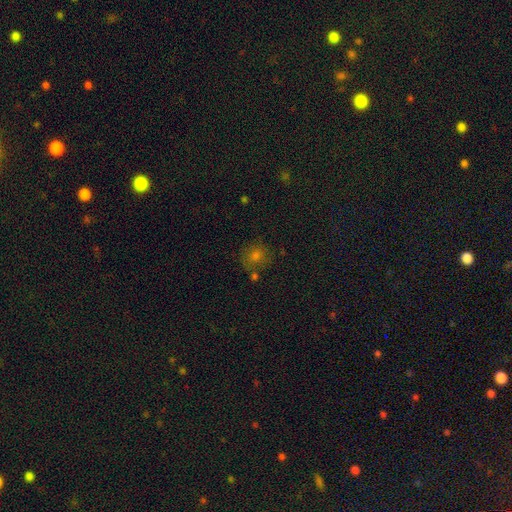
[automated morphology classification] Smooth or featured?
  - smooth: 61% *
  - star or artifact: 26%
  - featured or disk: 12%
How rounded?
  - round: 85% *
  - in between: 14%
  - cigar-shaped: 1%
Merging?
  - none: 74% *
  - minor disturbance: 13%
  - merger: 8%
  - major disturbance: 5%